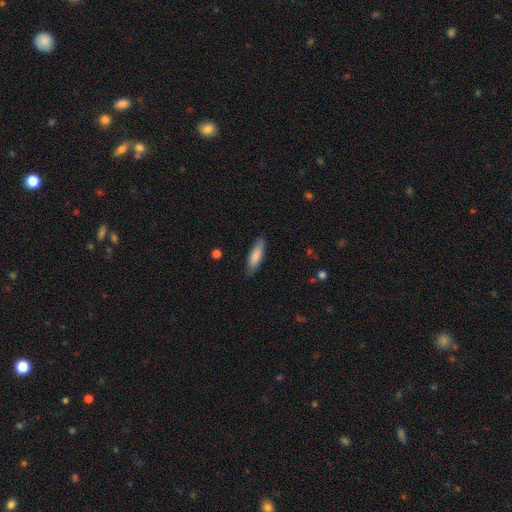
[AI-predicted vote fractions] A smooth galaxy with no disk features (83%) that is cigar-shaped (61%). Merging: none (85%).